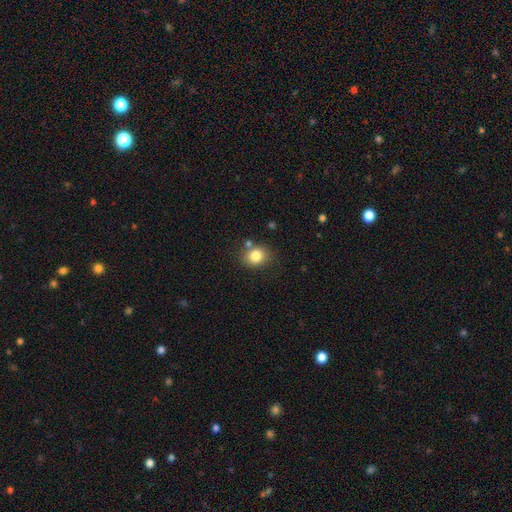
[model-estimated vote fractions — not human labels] Smooth or featured? Predicted: smooth (p=0.82). How rounded? Predicted: round (p=0.66). Merging? Predicted: none (p=0.75).